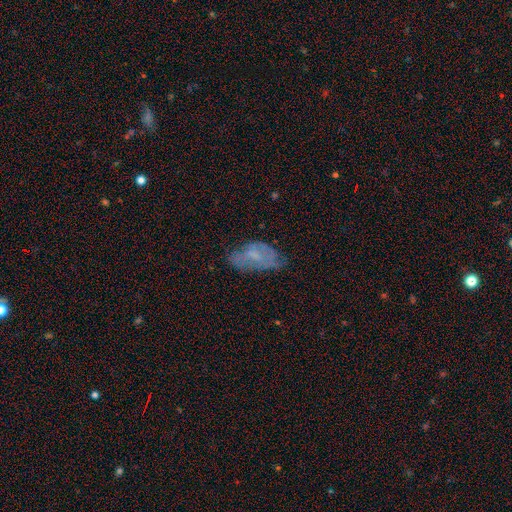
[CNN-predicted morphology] Smooth or featured: smooth — 47% (featured or disk — 43%)
Merging: none — 45% (minor disturbance — 34%)